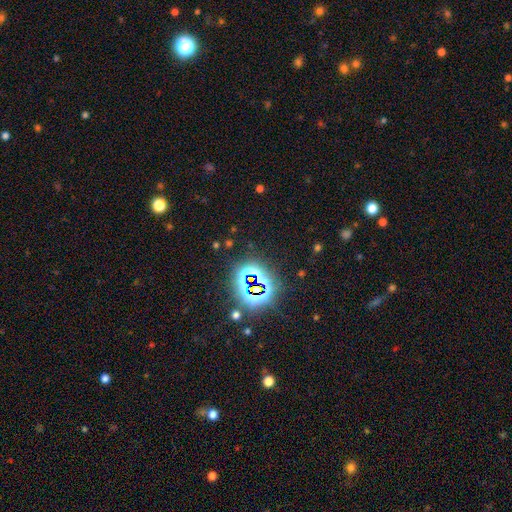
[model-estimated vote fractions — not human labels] Smooth or featured?
  - star or artifact: 82% *
  - smooth: 10%
  - featured or disk: 7%